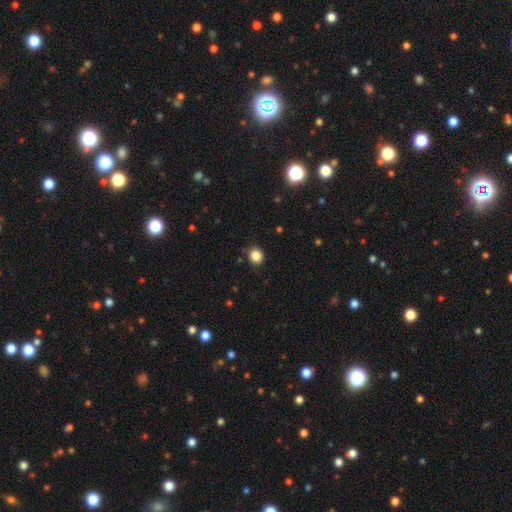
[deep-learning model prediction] smooth-or-featured: smooth: 85% | star or artifact: 11% | featured or disk: 4%
  how-rounded: round: 84% | in between: 15% | cigar-shaped: 1%
  merging: none: 87% | minor disturbance: 9% | major disturbance: 2% | merger: 1%